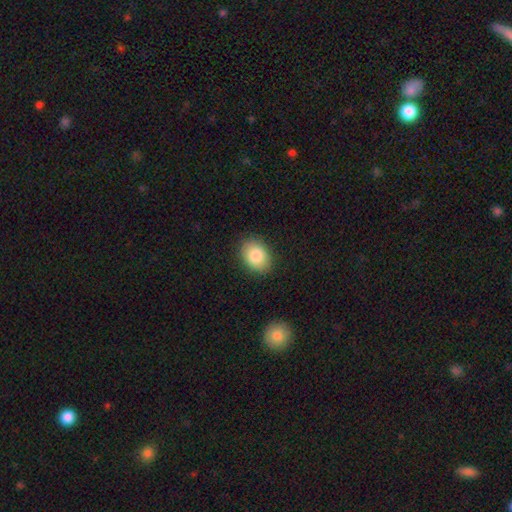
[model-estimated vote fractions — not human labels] Smooth or featured? smooth (86%)
How rounded? in between (71%)
Merging? none (87%)